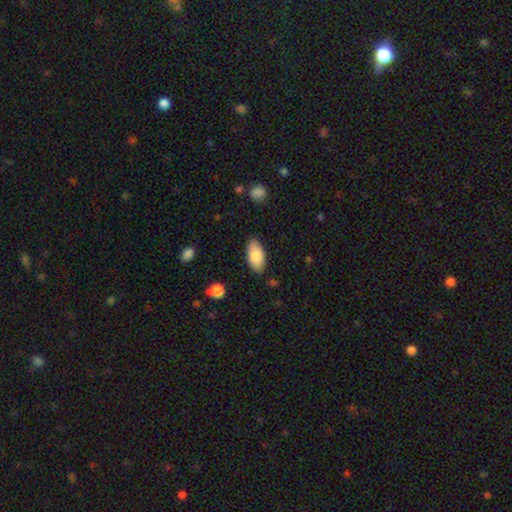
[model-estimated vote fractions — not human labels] smooth 85%, featured or disk 8%, star or artifact 6%. Down the decision tree: how rounded — in between (93%); merging — none (83%).